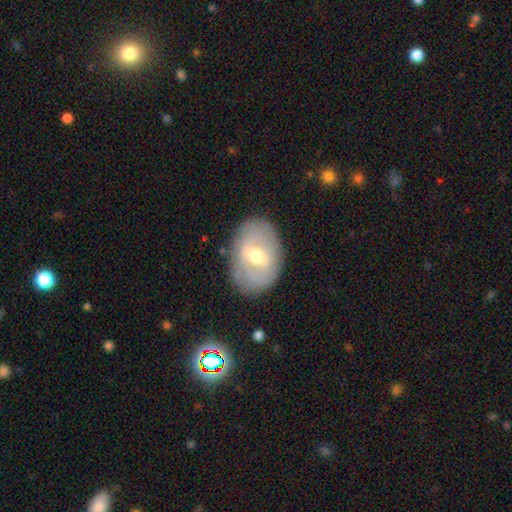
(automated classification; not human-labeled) smooth-or-featured: featured or disk: 61% | smooth: 32% | star or artifact: 7%
  disk-edge-on: no: 93% | yes: 7%
    bar: weak: 51% | strong: 28% | no: 21%
    has-spiral-arms: no: 54% | yes: 46%
    bulge-size: moderate: 71% | small: 22% | large: 5% | none: 1% | dominant: 1%
  merging: none: 80% | minor disturbance: 14% | major disturbance: 4% | merger: 1%